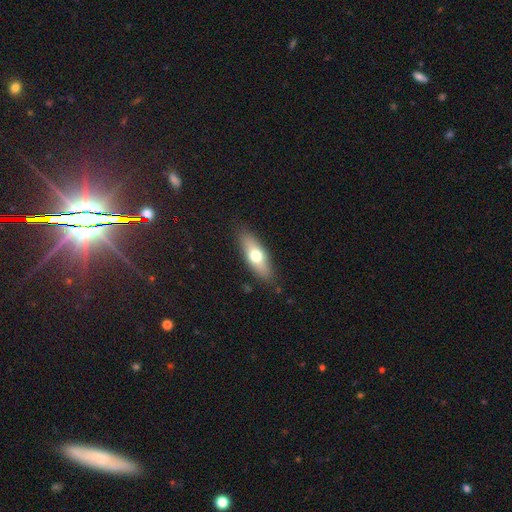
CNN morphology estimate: The model was most divided on "how rounded": in between: 64%, cigar-shaped: 33%, round: 3%. More confident: merging — none (86%); smooth or featured — smooth (63%).